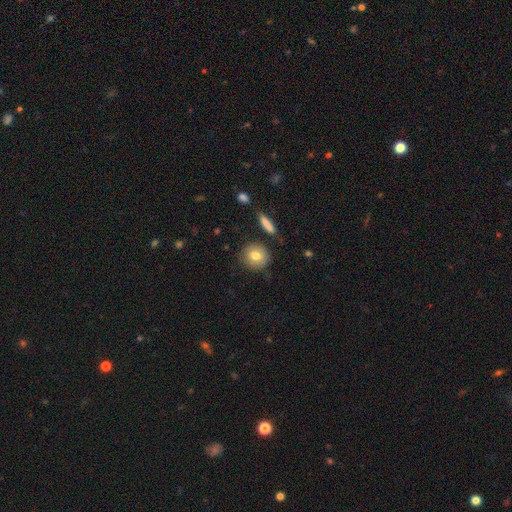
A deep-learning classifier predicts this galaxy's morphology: Smooth or featured: smooth — 77% (featured or disk — 15%)
How rounded: round — 83% (in between — 15%)
Merging: none — 83% (minor disturbance — 11%)